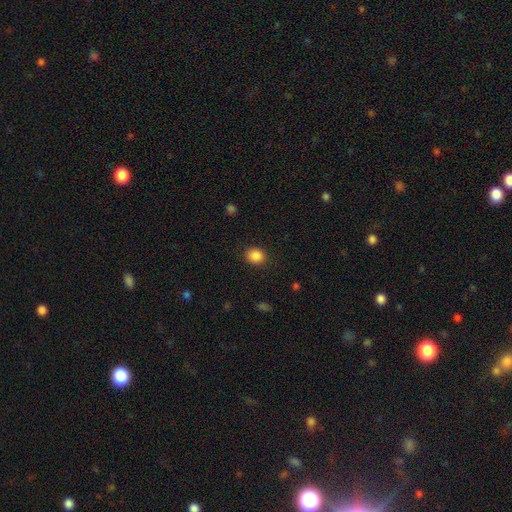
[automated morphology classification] A smooth galaxy with no disk features (87%) that is round (63%). Merging: none (88%).